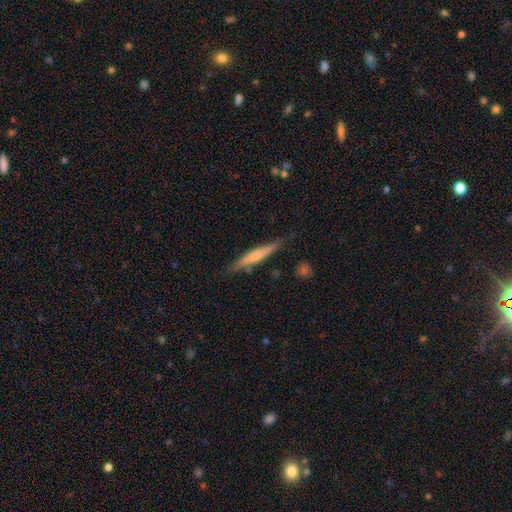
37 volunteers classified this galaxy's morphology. Smooth or featured?
  - smooth: 57% *
  - featured or disk: 41%
  - star or artifact: 3%
How rounded?
  - cigar-shaped: 100% *
  - round: 0%
  - in between: 0%
Merging?
  - none: 83% *
  - minor disturbance: 8%
  - major disturbance: 6%
  - merger: 3%